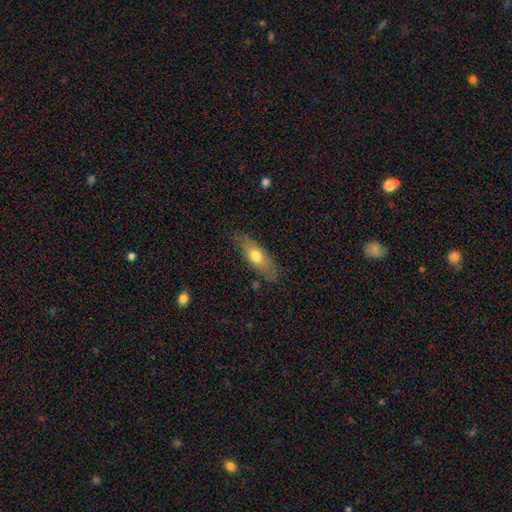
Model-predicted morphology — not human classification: Smooth or featured? smooth (61%)
How rounded? in between (58%)
Merging? none (80%)